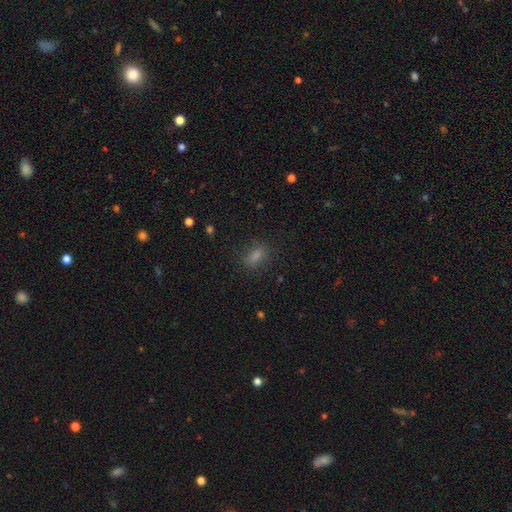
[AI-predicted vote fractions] This is likely a smooth galaxy (73%). How rounded: likely in between (75%). Merging: clearly none (86%).